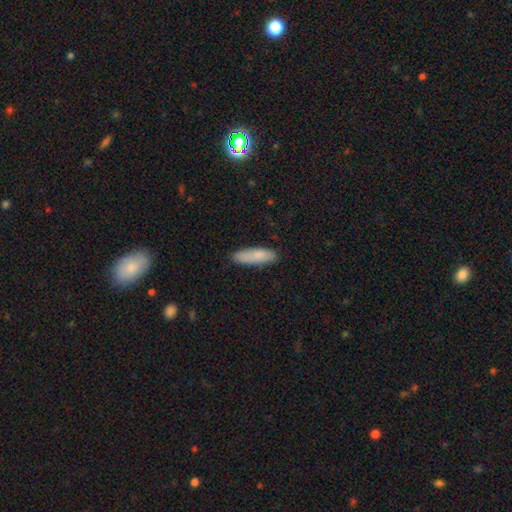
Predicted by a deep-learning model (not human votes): The model was most divided on "how rounded": cigar-shaped: 61%, in between: 38%, round: 2%. More confident: merging — none (85%); smooth or featured — smooth (84%).